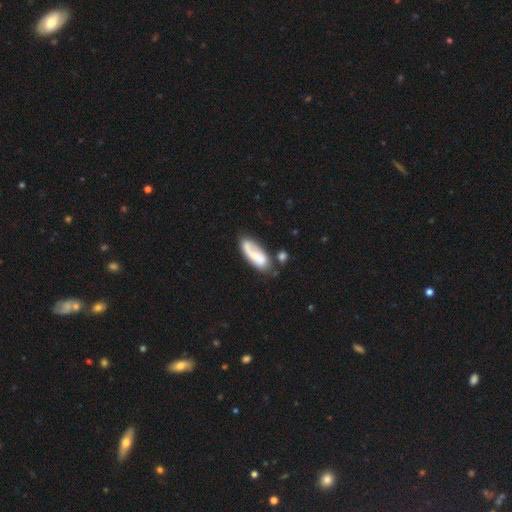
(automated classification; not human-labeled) Smooth or featured? Predicted: smooth (p=0.49). Merging? Predicted: none (p=0.53).